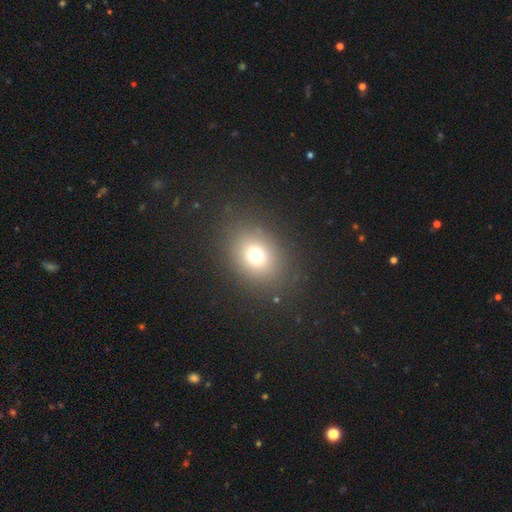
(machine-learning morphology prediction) Overall: smooth (71%). How rounded: round (51%; in between 48%). Merging: none (84%).